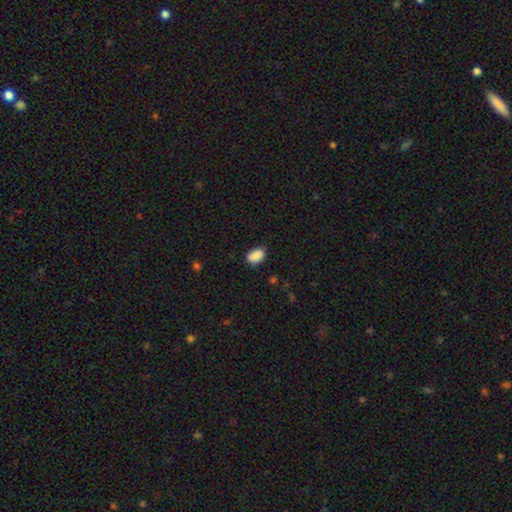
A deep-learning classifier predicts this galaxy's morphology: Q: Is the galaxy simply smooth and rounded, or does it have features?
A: smooth — 89%.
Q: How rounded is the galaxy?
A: in between — 88%.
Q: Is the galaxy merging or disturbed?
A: none — 81%.